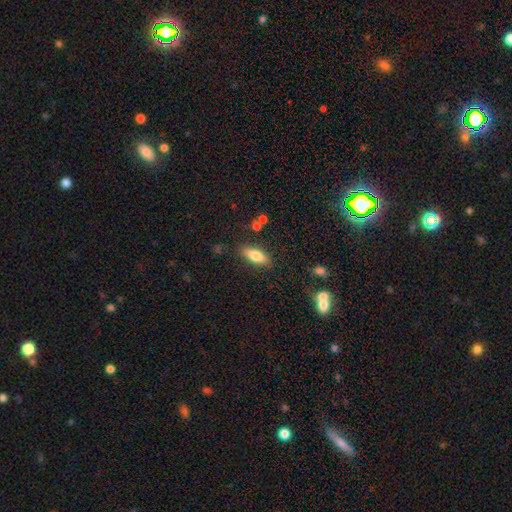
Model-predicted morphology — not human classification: Smooth or featured? Predicted: smooth (p=0.76). How rounded? Predicted: in between (p=0.73). Merging? Predicted: none (p=0.83).